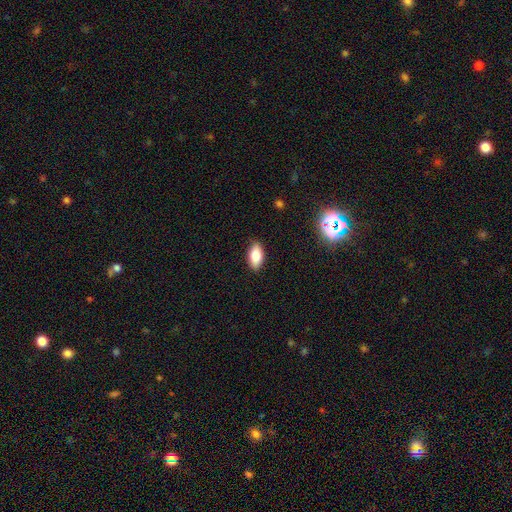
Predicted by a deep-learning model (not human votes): smooth 81%, featured or disk 11%, star or artifact 8%. Down the decision tree: how rounded — in between (90%); merging — none (87%).